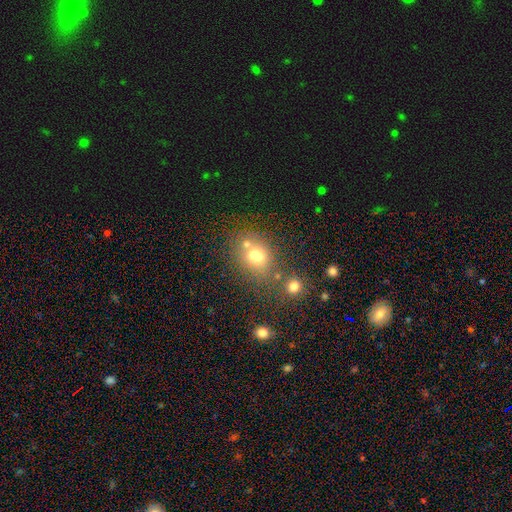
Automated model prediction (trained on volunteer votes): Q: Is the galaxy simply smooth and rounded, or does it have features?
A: smooth — 65%.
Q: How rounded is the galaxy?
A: round — 54%.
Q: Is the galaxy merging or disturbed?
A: none — 47%.